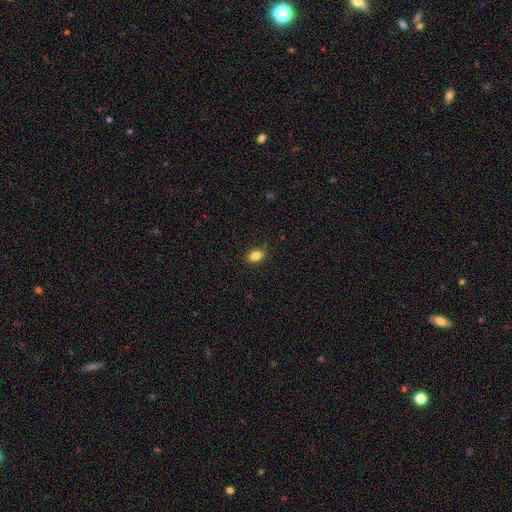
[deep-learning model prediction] The model was most divided on "how rounded": in between: 80%, round: 17%, cigar-shaped: 2%. More confident: smooth or featured — smooth (83%); merging — none (83%).